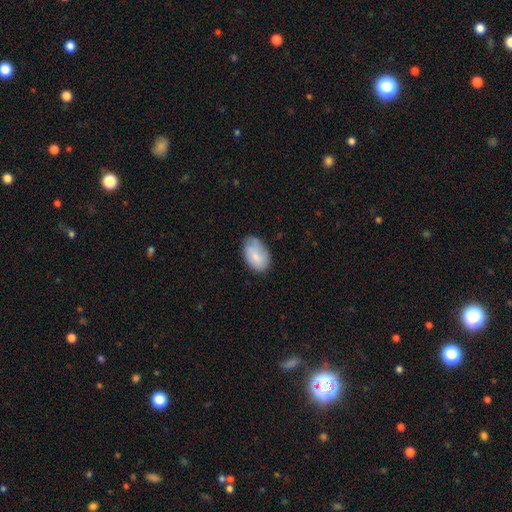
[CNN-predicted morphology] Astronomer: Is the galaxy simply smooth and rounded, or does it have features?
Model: smooth — 77%.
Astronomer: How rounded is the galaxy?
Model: in between — 93%.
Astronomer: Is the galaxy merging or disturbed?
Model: none — 66%.